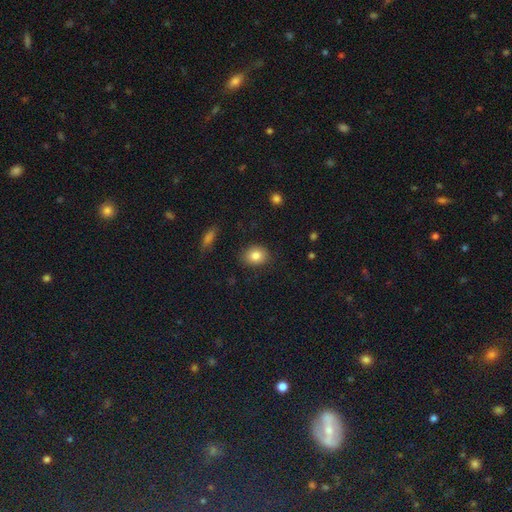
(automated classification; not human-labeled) Smooth or featured: smooth — 84% (star or artifact — 9%)
How rounded: round — 52% (in between — 47%)
Merging: none — 86% (minor disturbance — 10%)